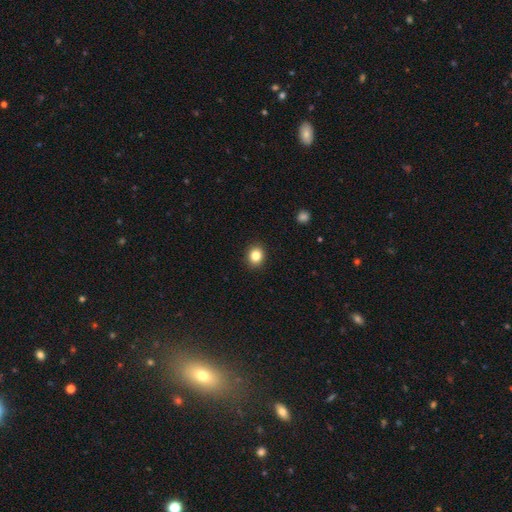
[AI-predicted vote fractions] Smooth or featured: smooth — 83% (star or artifact — 11%)
How rounded: round — 72% (in between — 27%)
Merging: none — 92% (minor disturbance — 6%)